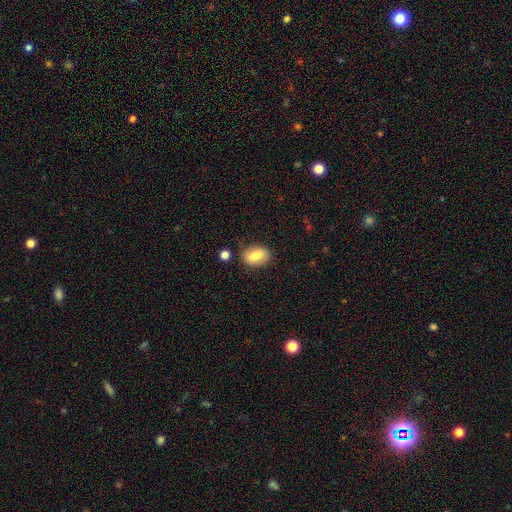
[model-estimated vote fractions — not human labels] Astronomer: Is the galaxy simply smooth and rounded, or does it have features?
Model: smooth — 84%.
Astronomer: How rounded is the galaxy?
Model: in between — 83%.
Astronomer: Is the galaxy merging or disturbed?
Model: none — 80%.